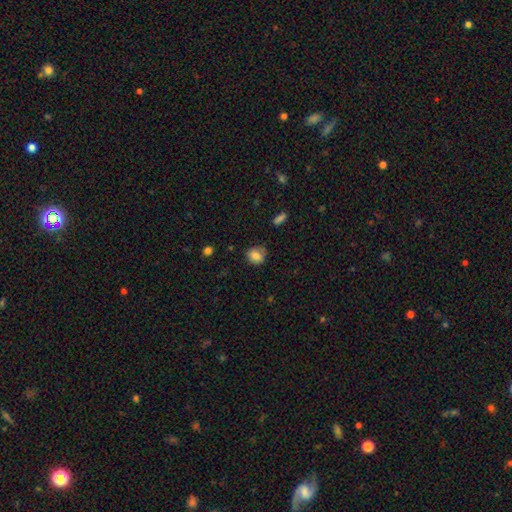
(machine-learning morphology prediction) type=smooth (83%); roundness=round (69%); merging=none (73%).